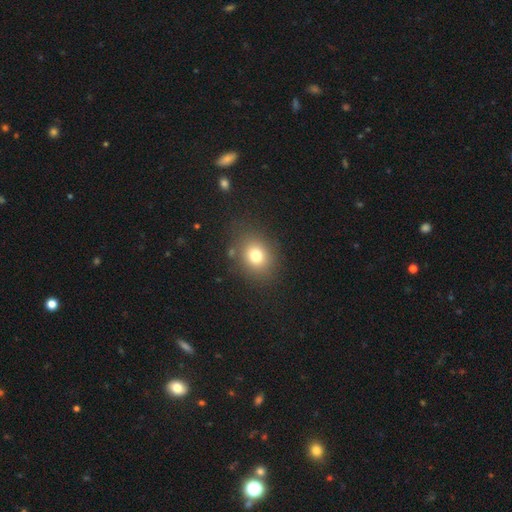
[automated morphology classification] type=smooth (75%); roundness=round (63%); merging=none (82%).